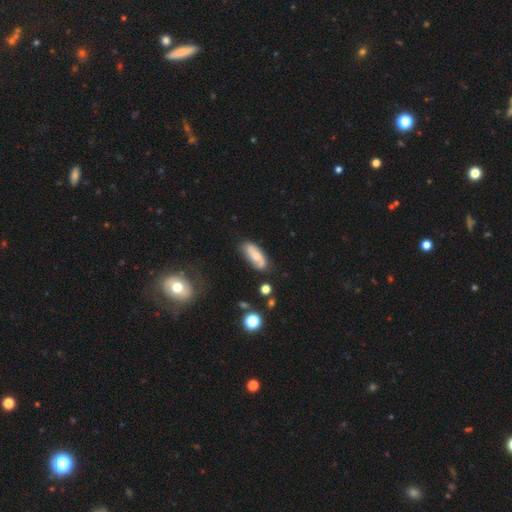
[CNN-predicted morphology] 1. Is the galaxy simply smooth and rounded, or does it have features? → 59% smooth, 34% featured or disk, 8% star or artifact.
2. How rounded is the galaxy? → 75% in between, 22% cigar-shaped, 3% round.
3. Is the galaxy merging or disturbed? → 70% none, 21% minor disturbance, 5% major disturbance, 4% merger.